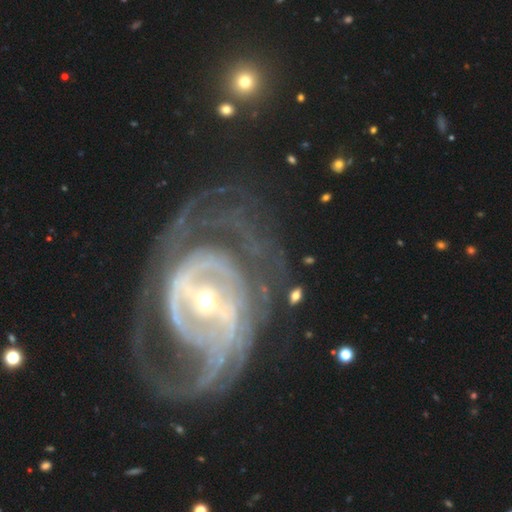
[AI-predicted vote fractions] A featured or disk galaxy (89%) with a strong bar (51%), 2 (38%) tight (44%) spiral arms (91%) and a small central bulge (70%). Merging: none (53%).